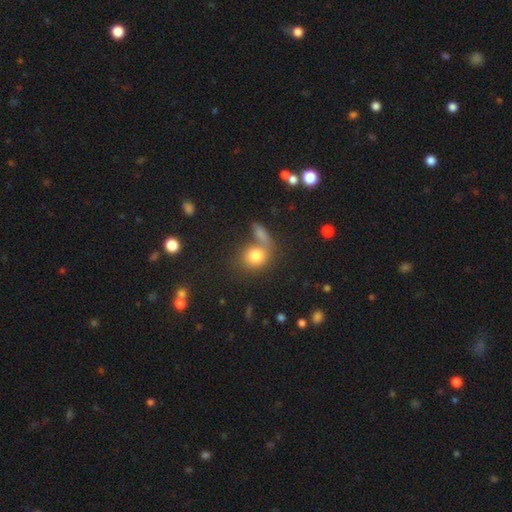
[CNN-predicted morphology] Smooth or featured? smooth (79%)
How rounded? round (73%)
Merging? none (43%)